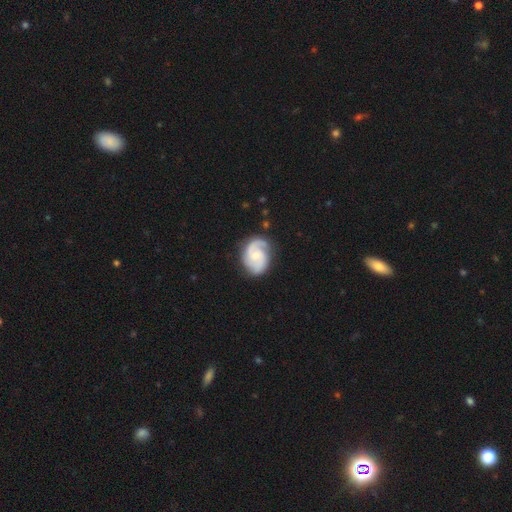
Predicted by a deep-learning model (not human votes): The model was most divided on "bulge size": small: 49%, moderate: 43%, none: 4%, large: 3%, dominant: 1%. Remaining: edge-on disk — no (98%); spiral arms — yes (97%); smooth or featured — featured or disk (85%); spiral arm count — 2 (83%); merging — none (75%); bar — no (58%); spiral winding — medium (50%).